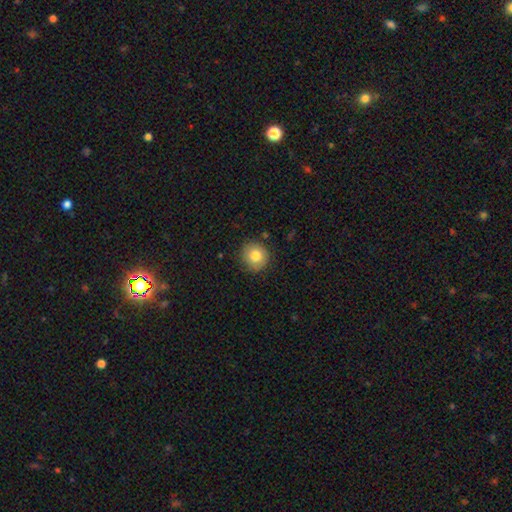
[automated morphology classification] Overall: smooth (81%). How rounded: round (92%). Merging: none (86%).